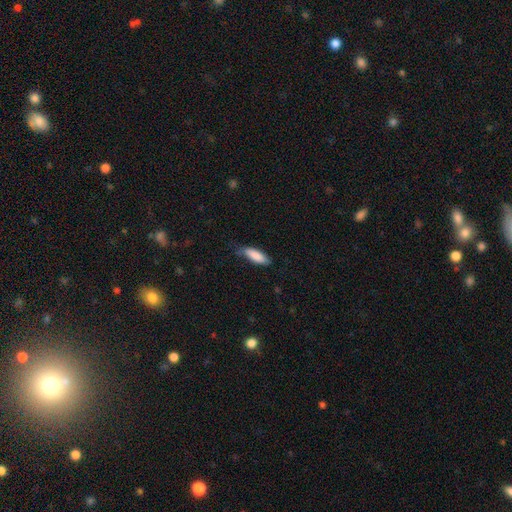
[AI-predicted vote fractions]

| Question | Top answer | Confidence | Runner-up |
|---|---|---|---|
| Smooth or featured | smooth | 85% | featured or disk (9%) |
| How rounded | in between | 61% | cigar-shaped (37%) |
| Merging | none | 63% | minor disturbance (29%) |